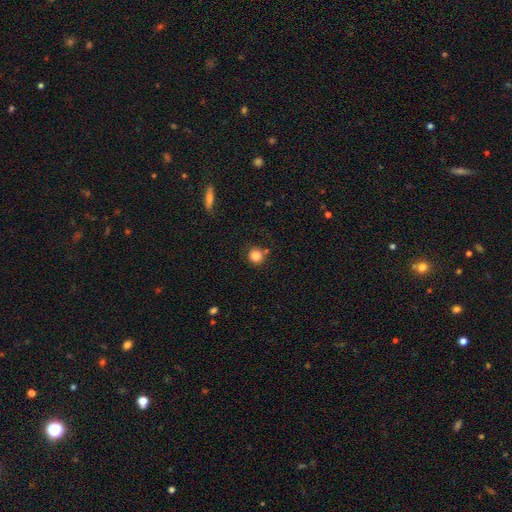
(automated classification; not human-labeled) Morphology: type=smooth (85%); roundness=round (91%); merging=none (77%).